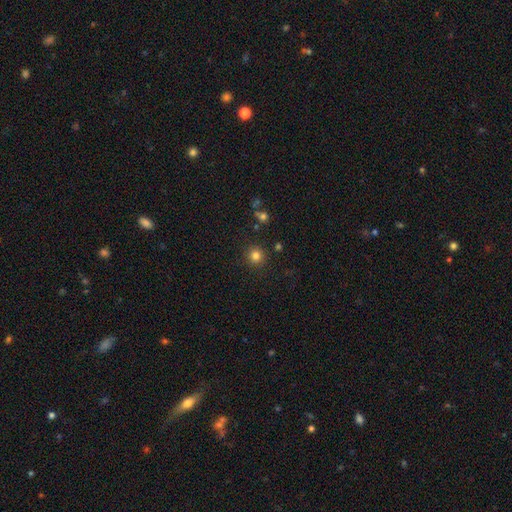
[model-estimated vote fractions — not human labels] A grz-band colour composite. It shows a smooth galaxy with no disk features (80%) that is round (94%). Merging: none (89%).